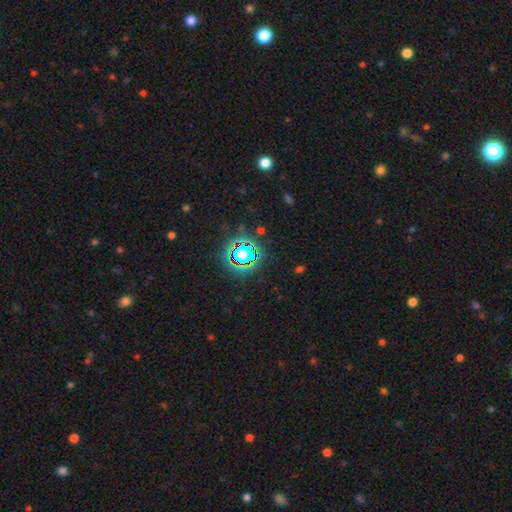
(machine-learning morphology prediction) smooth_or_featured: star or artifact (p=0.78) [alt: smooth p=0.14]